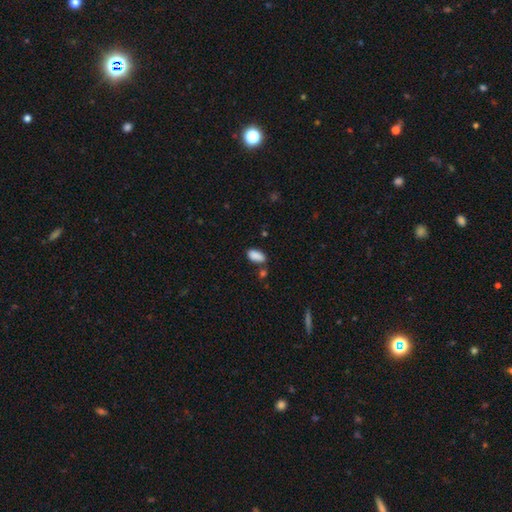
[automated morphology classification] Smooth or featured?
  - smooth: 88% *
  - star or artifact: 8%
  - featured or disk: 4%
How rounded?
  - in between: 91% *
  - cigar-shaped: 6%
  - round: 3%
Merging?
  - none: 67% *
  - minor disturbance: 17%
  - merger: 12%
  - major disturbance: 4%